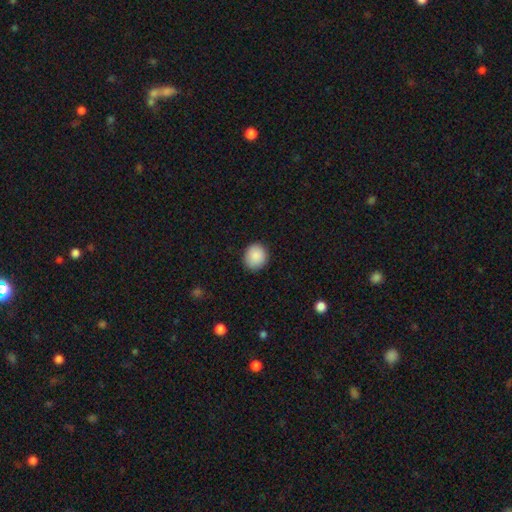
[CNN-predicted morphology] smooth-or-featured: smooth: 89% | star or artifact: 8% | featured or disk: 3%
  how-rounded: round: 81% | in between: 18% | cigar-shaped: 1%
  merging: none: 88% | minor disturbance: 9% | major disturbance: 2% | merger: 1%